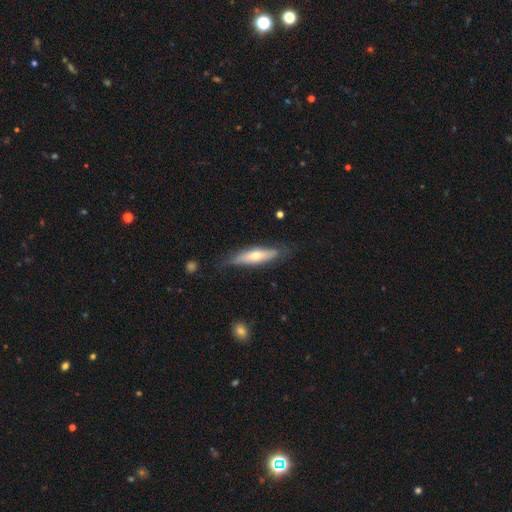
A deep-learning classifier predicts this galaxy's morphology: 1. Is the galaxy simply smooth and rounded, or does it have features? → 49% smooth, 45% featured or disk, 6% star or artifact.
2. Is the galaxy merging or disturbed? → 72% none, 21% minor disturbance, 5% major disturbance, 2% merger.